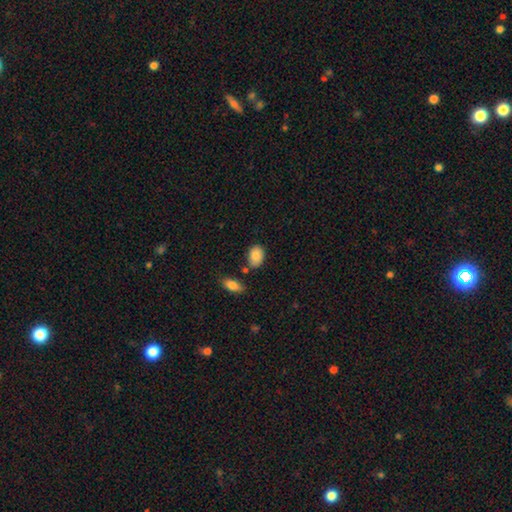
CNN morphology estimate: Smooth or featured: smooth — 84% (featured or disk — 9%)
How rounded: in between — 82% (round — 16%)
Merging: none — 75% (minor disturbance — 15%)